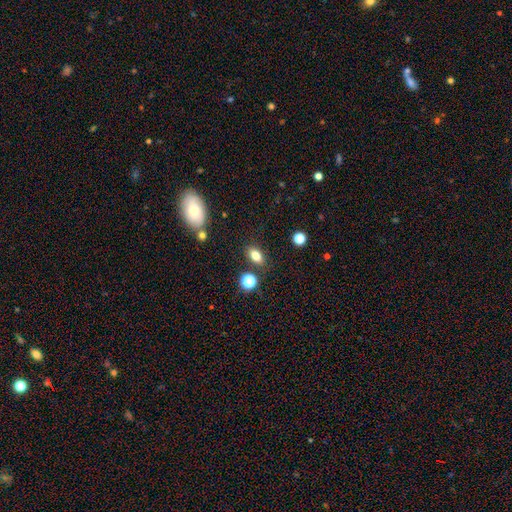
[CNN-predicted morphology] Smooth or featured?
  - smooth: 79% *
  - star or artifact: 12%
  - featured or disk: 9%
How rounded?
  - in between: 82% *
  - round: 14%
  - cigar-shaped: 5%
Merging?
  - none: 81% *
  - minor disturbance: 11%
  - merger: 5%
  - major disturbance: 3%